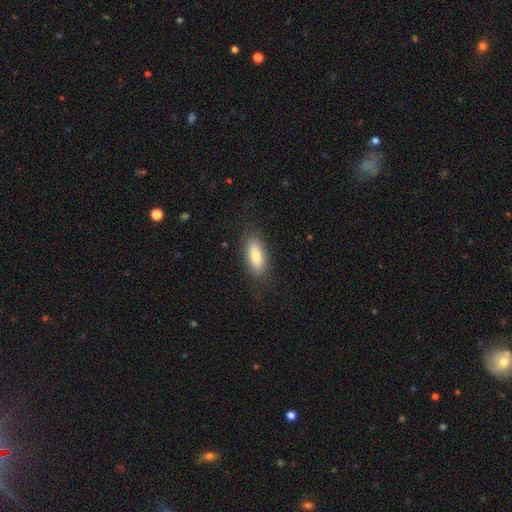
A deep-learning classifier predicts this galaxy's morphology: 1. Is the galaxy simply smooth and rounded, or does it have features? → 81% smooth, 13% featured or disk, 6% star or artifact.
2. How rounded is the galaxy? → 77% in between, 21% cigar-shaped, 2% round.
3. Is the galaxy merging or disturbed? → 84% none, 11% minor disturbance, 3% major disturbance, 1% merger.